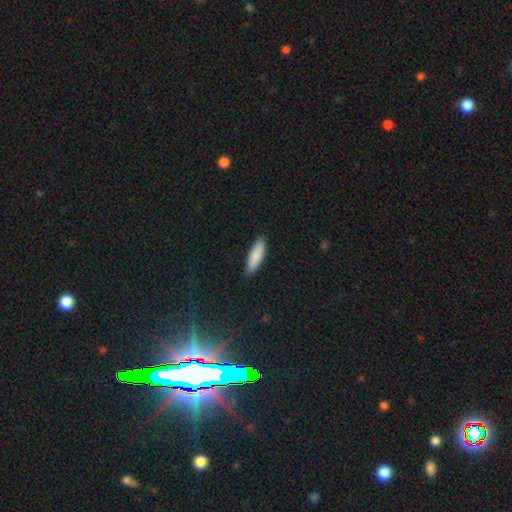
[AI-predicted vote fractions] A smooth galaxy with no disk features (88%) that is cigar-shaped (59%).

Vote fractions:
- Smooth or featured? smooth: 88% / featured or disk: 7% / star or artifact: 6%
- How rounded? cigar-shaped: 59% / in between: 39% / round: 1%
- Merging? none: 89% / minor disturbance: 8% / major disturbance: 2% / merger: 1%